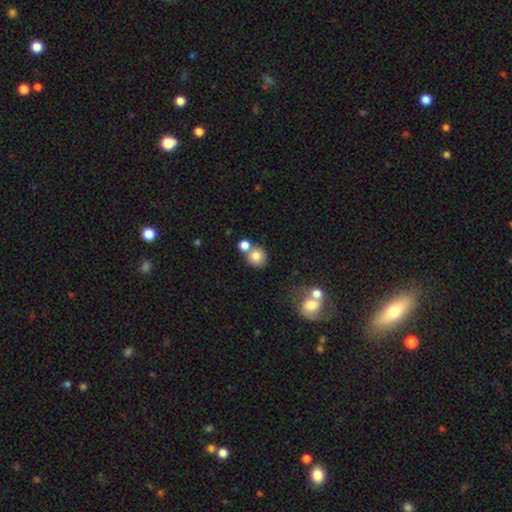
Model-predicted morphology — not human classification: The model was most divided on "merging": none: 56%, merger: 31%, minor disturbance: 9%, major disturbance: 4%. More confident: how rounded — round (87%); smooth or featured — smooth (80%).